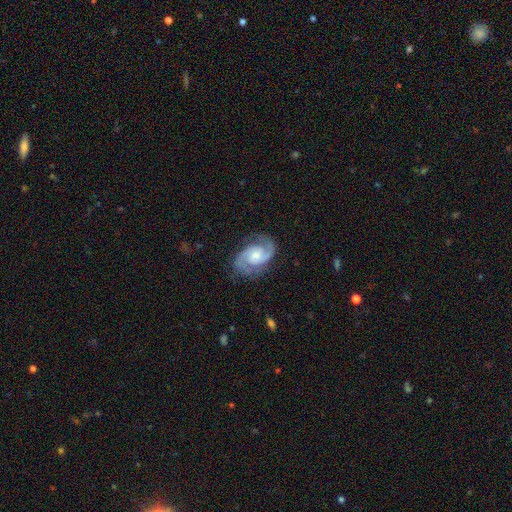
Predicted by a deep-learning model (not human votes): smooth-or-featured: featured or disk: 90% | smooth: 5% | star or artifact: 4%
  disk-edge-on: no: 98% | yes: 2%
    bar: no: 58% | weak: 36% | strong: 6%
    has-spiral-arms: yes: 98% | no: 2%
      spiral-winding: medium: 55% | tight: 34% | loose: 12%
      spiral-arm-count: 2: 91% | can't tell: 3% | 3: 2% | 1: 1% | 4: 1% | more than 4: 1%
    bulge-size: moderate: 55% | small: 31% | large: 8% | none: 5% | dominant: 1%
  merging: none: 78% | minor disturbance: 15% | major disturbance: 5% | merger: 1%